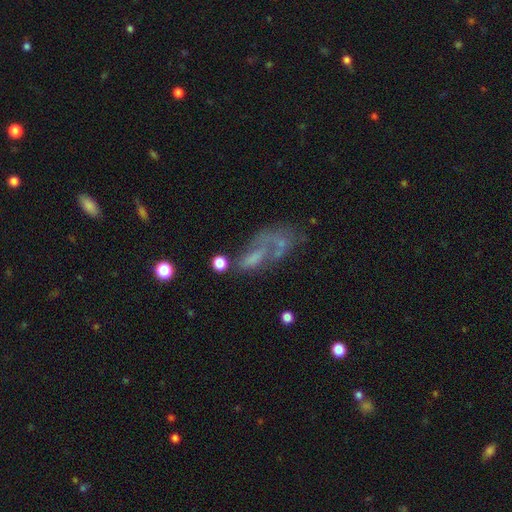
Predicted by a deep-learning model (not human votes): This is possibly a featured or disk galaxy (50%). Merging: marginally major disturbance (37%).